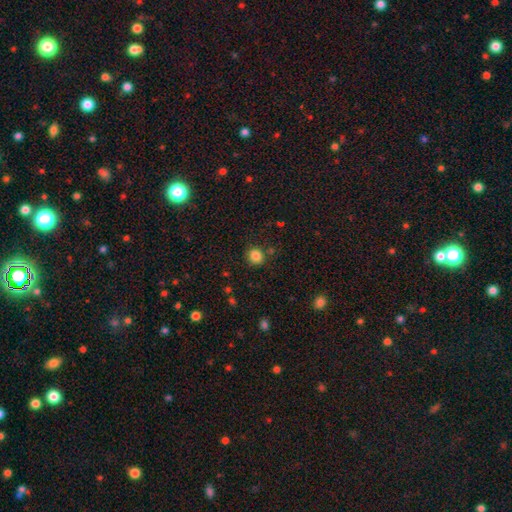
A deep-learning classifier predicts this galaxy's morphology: The model was most divided on "smooth or featured": smooth: 84%, star or artifact: 12%, featured or disk: 4%. More confident: how rounded — round (87%); merging — none (85%).